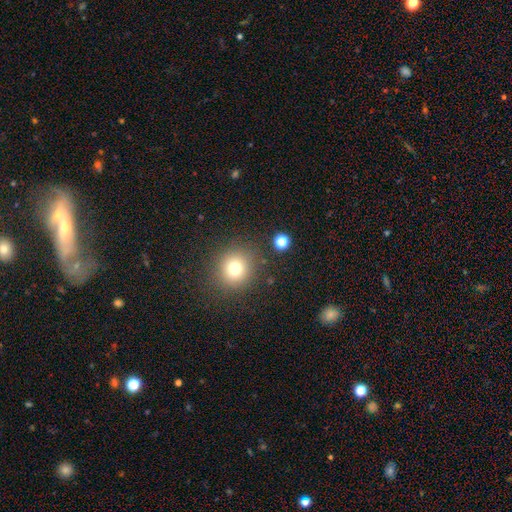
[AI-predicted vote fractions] This is likely a smooth galaxy (63%). How rounded: clearly round (90%). Merging: clearly none (86%).